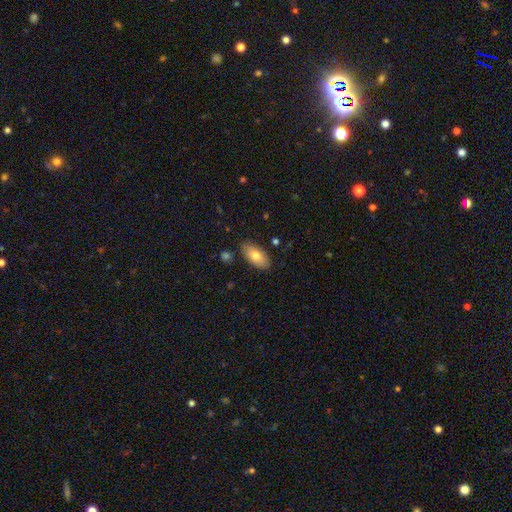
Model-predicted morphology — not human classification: Smooth or featured: smooth — 76% (featured or disk — 18%)
How rounded: in between — 93% (cigar-shaped — 4%)
Merging: none — 84% (minor disturbance — 11%)